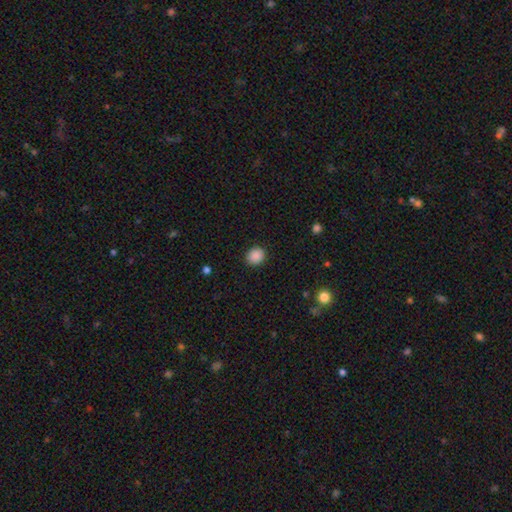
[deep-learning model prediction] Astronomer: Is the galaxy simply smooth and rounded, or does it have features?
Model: smooth — 88%.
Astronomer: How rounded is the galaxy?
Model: round — 72%.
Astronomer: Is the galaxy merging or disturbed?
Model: none — 89%.